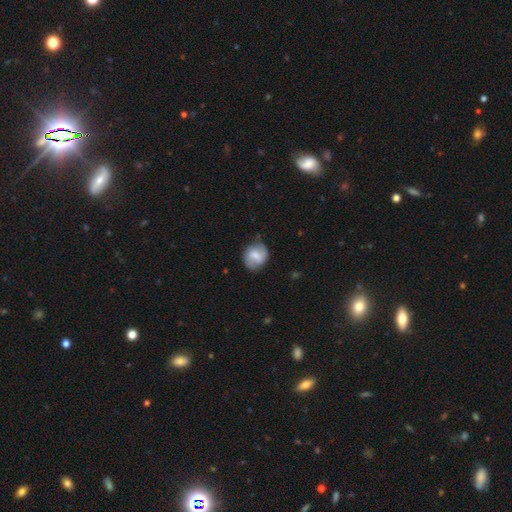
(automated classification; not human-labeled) smooth-or-featured: featured or disk: 54% | smooth: 39% | star or artifact: 7%
  disk-edge-on: no: 97% | yes: 3%
    bar: weak: 50% | strong: 29% | no: 21%
    has-spiral-arms: yes: 81% | no: 19%
    bulge-size: moderate: 38% | small: 33% | none: 18% | large: 9% | dominant: 2%
  merging: none: 75% | minor disturbance: 18% | major disturbance: 5% | merger: 2%